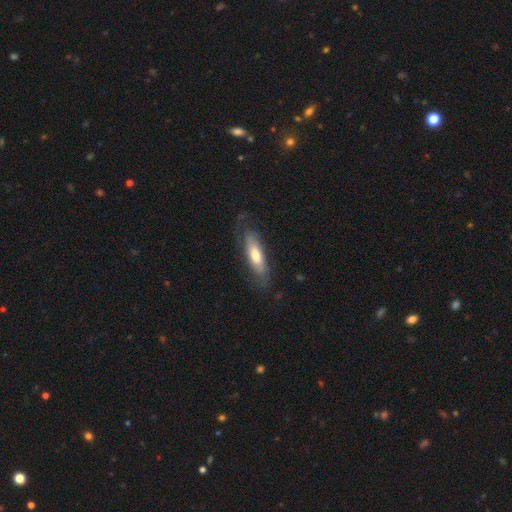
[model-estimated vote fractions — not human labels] A smooth galaxy with no disk features (52%) that is in between round and cigar-shaped (54%).

Vote fractions:
- Smooth or featured? smooth: 52% / featured or disk: 42% / star or artifact: 6%
- How rounded? in between: 54% / cigar-shaped: 44% / round: 2%
- Merging? none: 65% / minor disturbance: 21% / major disturbance: 12% / merger: 1%